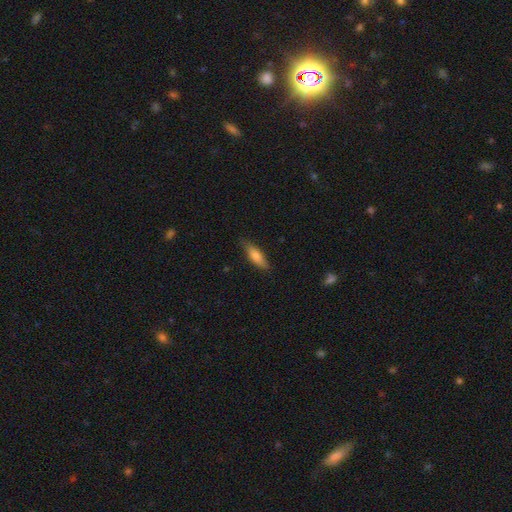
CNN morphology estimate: The model was most divided on "how rounded": cigar-shaped: 50%, in between: 48%, round: 2%. More confident: merging — none (79%); smooth or featured — smooth (77%).